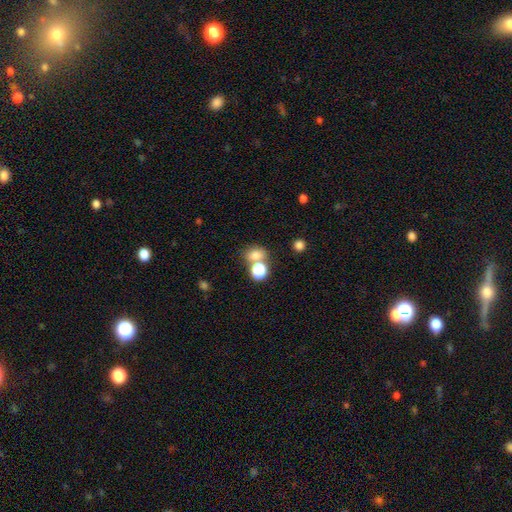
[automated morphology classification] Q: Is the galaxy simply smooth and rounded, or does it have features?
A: smooth — 73%.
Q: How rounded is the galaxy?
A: round — 50%.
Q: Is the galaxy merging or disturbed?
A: none — 54%.